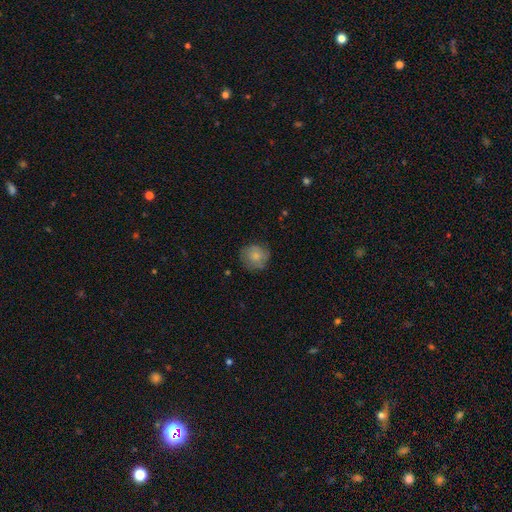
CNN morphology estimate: This is likely a smooth galaxy (77%). How rounded: clearly round (88%). Merging: likely none (76%).